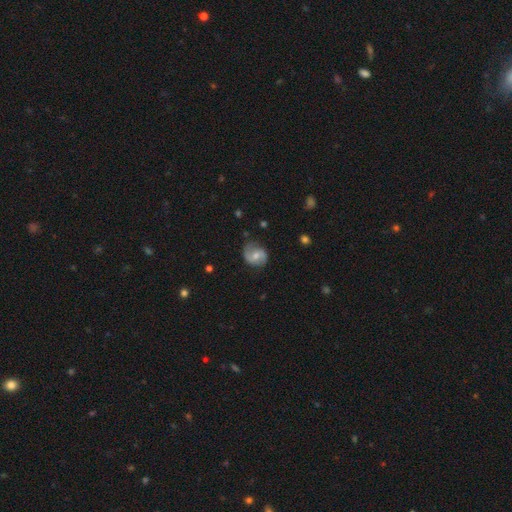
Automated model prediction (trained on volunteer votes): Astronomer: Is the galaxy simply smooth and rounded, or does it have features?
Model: featured or disk — 67%.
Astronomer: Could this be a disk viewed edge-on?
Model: no — 97%.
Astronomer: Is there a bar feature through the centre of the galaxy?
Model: weak — 44% (runner-up: no, 43%).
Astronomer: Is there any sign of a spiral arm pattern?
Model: yes — 90%.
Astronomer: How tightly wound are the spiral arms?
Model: medium — 45% (runner-up: loose, 34%).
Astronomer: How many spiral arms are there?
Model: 2 — 84%.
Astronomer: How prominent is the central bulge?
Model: moderate — 55% (runner-up: small, 39%).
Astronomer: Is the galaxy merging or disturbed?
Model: none — 72%.